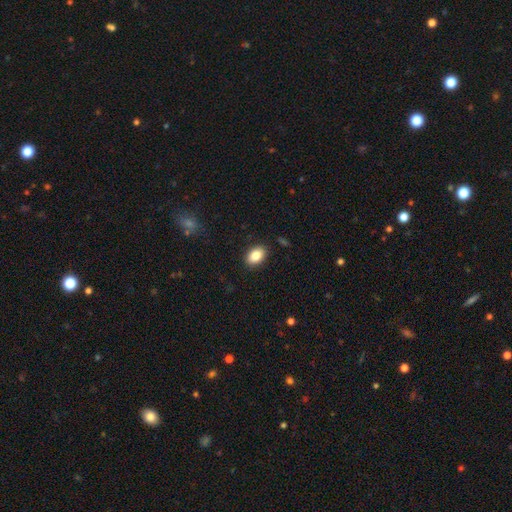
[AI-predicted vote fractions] smooth_or_featured: smooth (p=0.85) [alt: star or artifact p=0.08]
how_rounded: in between (p=0.86) [alt: round p=0.12]
merging: none (p=0.89) [alt: minor disturbance p=0.08]